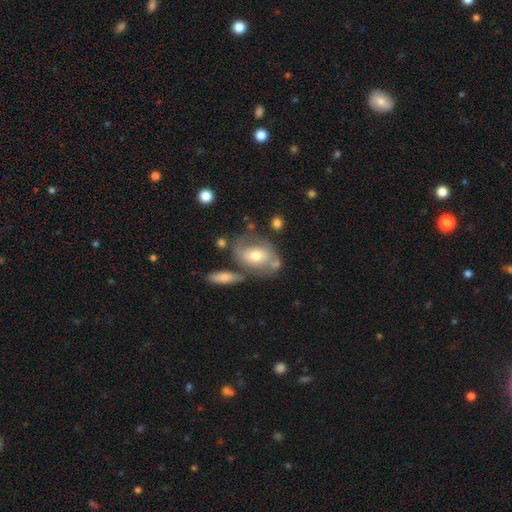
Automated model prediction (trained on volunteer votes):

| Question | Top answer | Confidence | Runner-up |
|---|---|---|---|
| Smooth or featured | featured or disk | 54% | smooth (39%) |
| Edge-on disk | no | 92% | yes (8%) |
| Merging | none | 50% | minor disturbance (22%) |